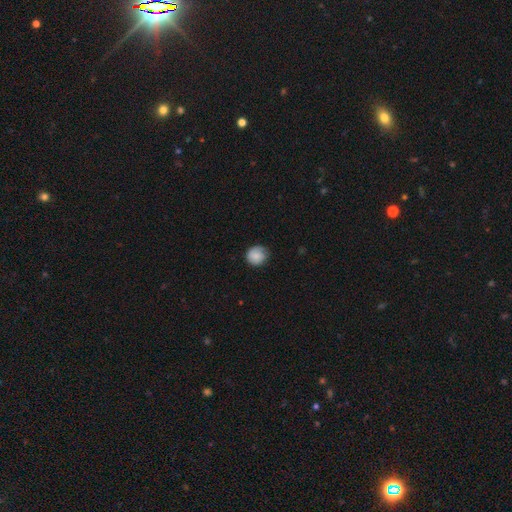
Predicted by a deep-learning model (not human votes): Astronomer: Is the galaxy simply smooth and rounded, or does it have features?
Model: smooth — 82%.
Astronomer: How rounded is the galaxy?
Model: round — 86%.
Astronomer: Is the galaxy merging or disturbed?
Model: none — 72%.